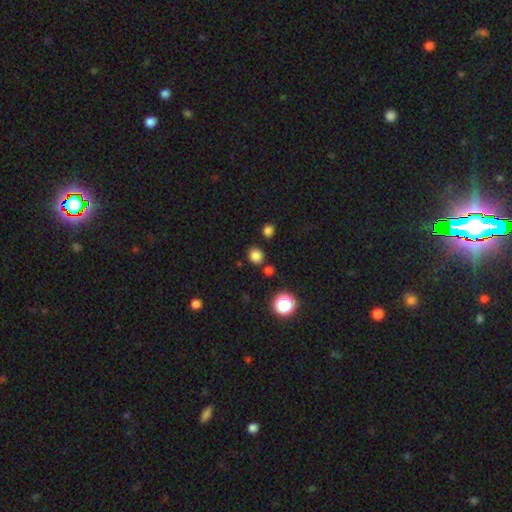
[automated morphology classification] Overall: smooth (80%). How rounded: round (81%). Merging: none (82%).